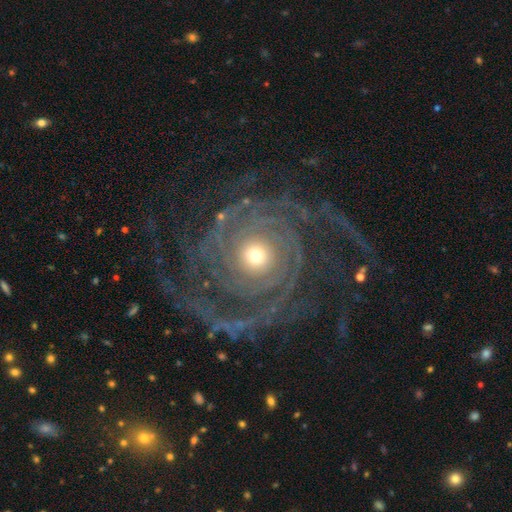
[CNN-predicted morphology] Smooth or featured? featured or disk (90%)
Edge-on disk? no (98%)
Bar? no (81%)
Spiral arms? yes (98%)
Spiral winding? tight (70%)
Spiral arm count? 2 (24%)
Bulge size? moderate (49%)
Merging? none (71%)